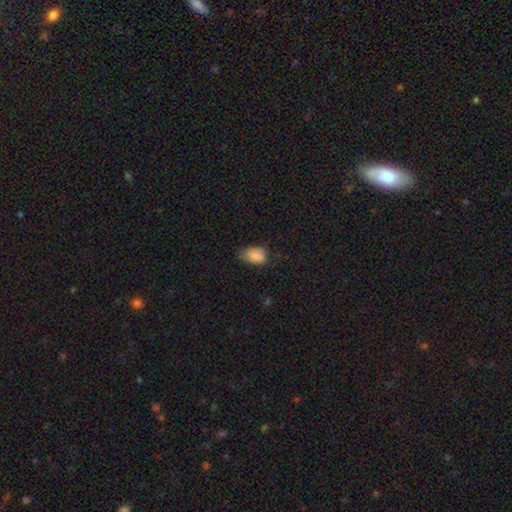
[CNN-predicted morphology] This appears to be a smooth galaxy with no disk features (81%) that is in between round and cigar-shaped (85%). Merging: none (46%).